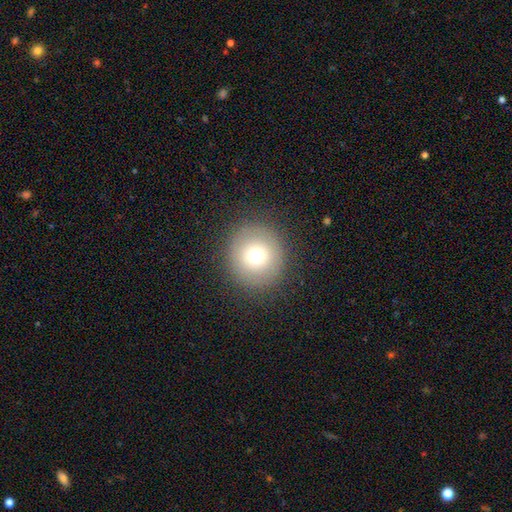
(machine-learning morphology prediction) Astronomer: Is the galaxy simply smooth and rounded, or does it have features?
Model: smooth — 71%.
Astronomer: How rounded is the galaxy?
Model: round — 93%.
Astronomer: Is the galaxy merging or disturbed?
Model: none — 89%.